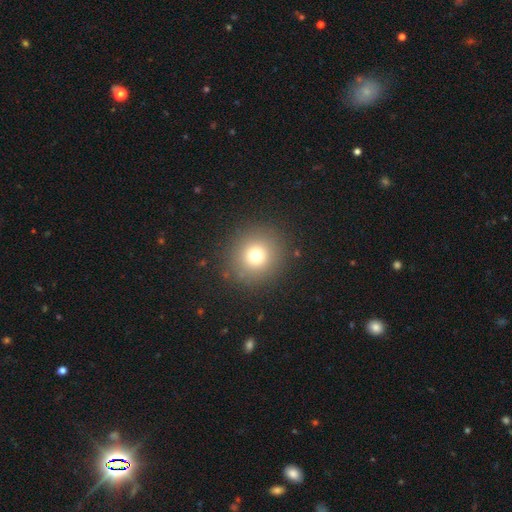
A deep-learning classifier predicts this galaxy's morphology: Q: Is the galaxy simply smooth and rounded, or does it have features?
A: smooth — 74%.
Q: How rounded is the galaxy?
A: round — 93%.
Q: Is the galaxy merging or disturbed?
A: none — 89%.